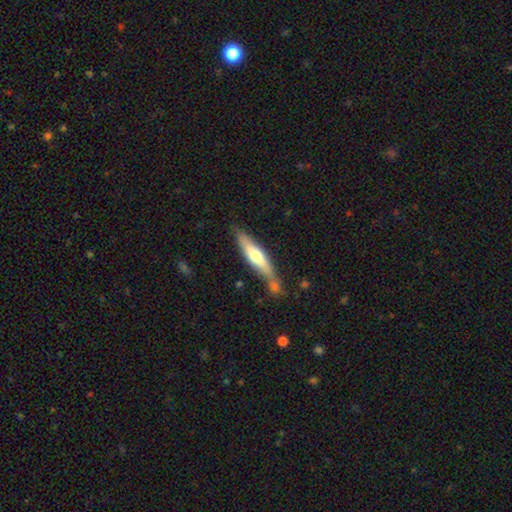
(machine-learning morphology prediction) Overall: smooth (51%; featured or disk 44%). How rounded: cigar-shaped (78%). Merging: none (62%).